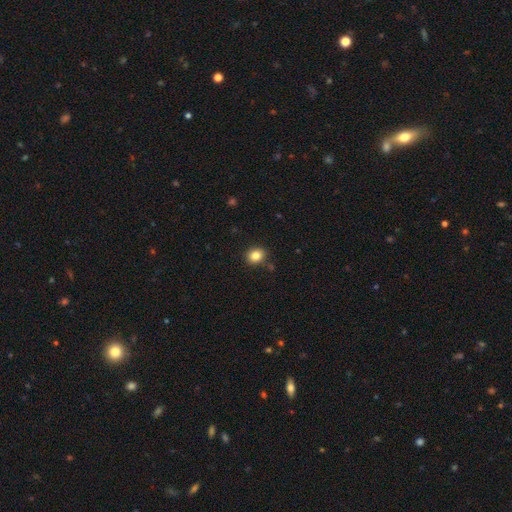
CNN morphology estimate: Smooth or featured: smooth — 85% (star or artifact — 10%)
How rounded: round — 61% (in between — 38%)
Merging: none — 87% (minor disturbance — 9%)